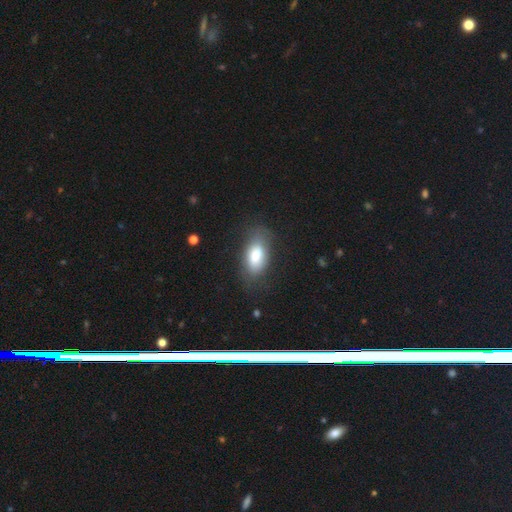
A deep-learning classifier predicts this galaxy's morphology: type=smooth (77%); roundness=in between (90%); merging=none (67%).